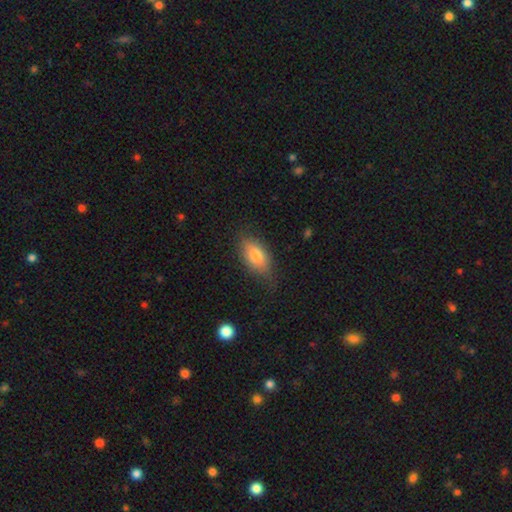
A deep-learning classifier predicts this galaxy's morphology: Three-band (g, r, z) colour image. It shows a smooth galaxy with no disk features (79%) that is in between round and cigar-shaped (89%). Merging: none (68%).